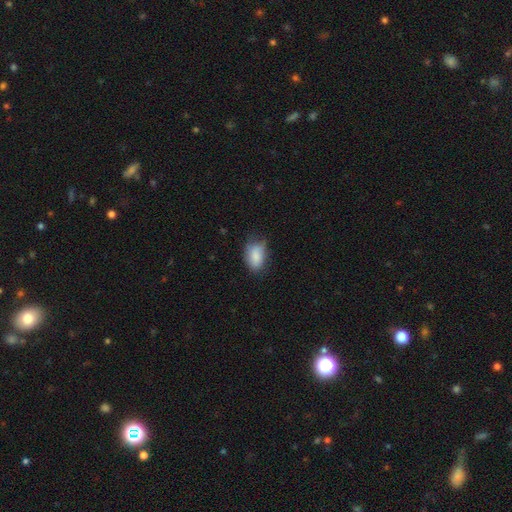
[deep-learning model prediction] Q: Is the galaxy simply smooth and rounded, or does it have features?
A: smooth — 84%.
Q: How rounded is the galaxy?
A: in between — 88%.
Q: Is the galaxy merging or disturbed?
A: none — 57%.